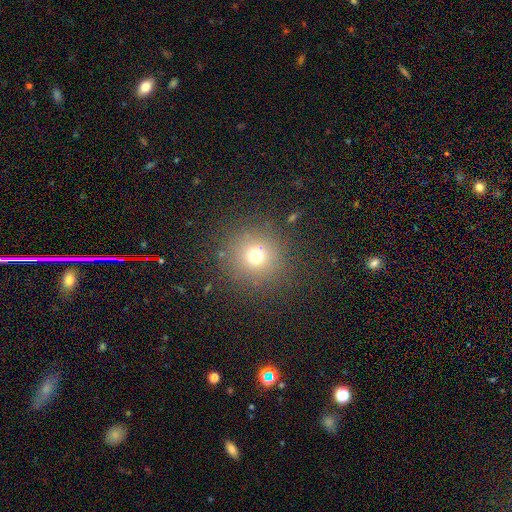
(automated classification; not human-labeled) smooth-or-featured: smooth: 70% | star or artifact: 19% | featured or disk: 10%
  how-rounded: round: 93% | in between: 6% | cigar-shaped: 1%
  merging: none: 86% | minor disturbance: 8% | major disturbance: 4% | merger: 2%